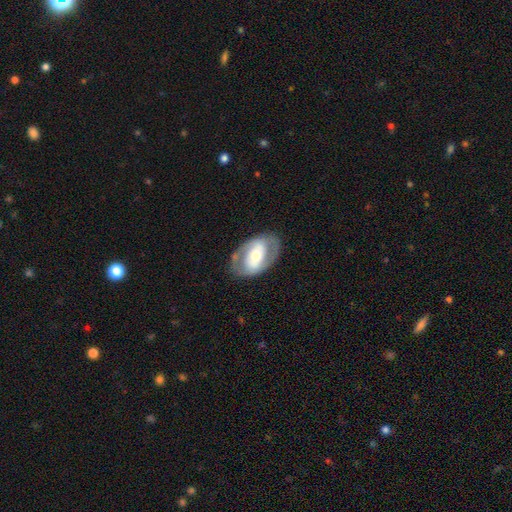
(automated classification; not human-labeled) featured or disk 67%, smooth 28%, star or artifact 5%. Down the decision tree: edge-on disk — no (93%); bar — no (38%); spiral arms — no (54%); bulge size — moderate (64%); merging — none (77%).